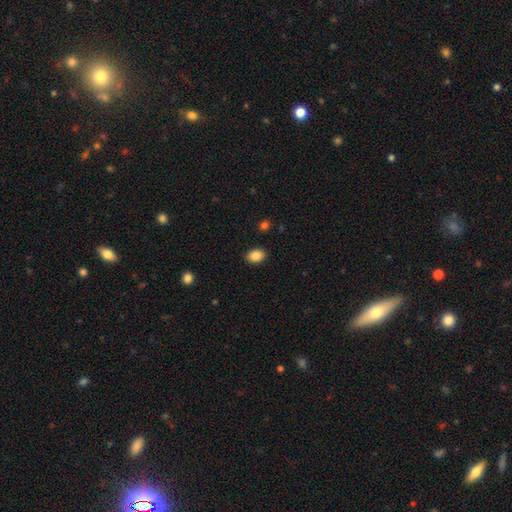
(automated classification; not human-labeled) The model was most divided on "how rounded": in between: 77%, round: 22%, cigar-shaped: 1%. More confident: merging — none (89%); smooth or featured — smooth (86%).